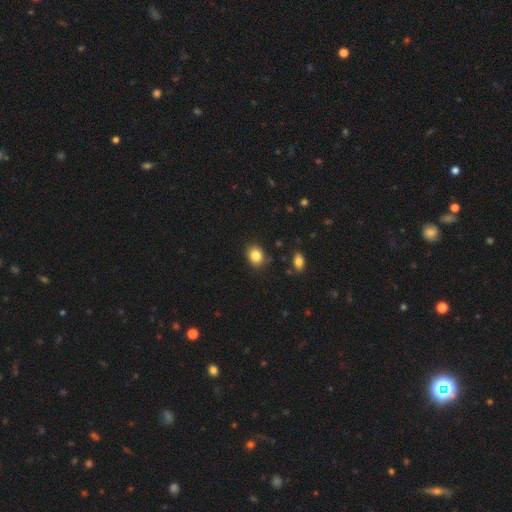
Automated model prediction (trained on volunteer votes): This is clearly a smooth galaxy (84%). How rounded: possibly round (56%). Merging: clearly none (85%).